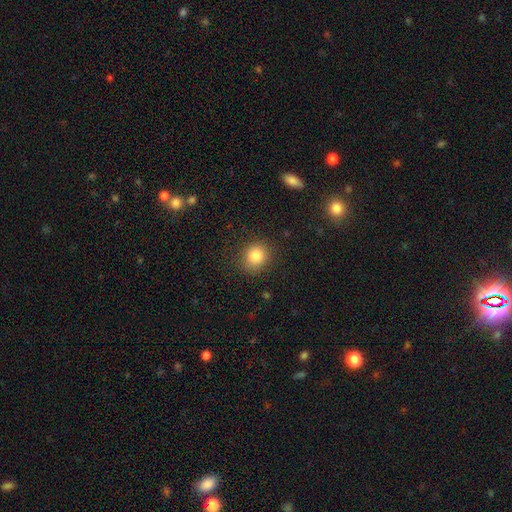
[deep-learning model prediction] This appears to be a smooth galaxy with no disk features (83%) that is round (79%). Merging: none (85%).